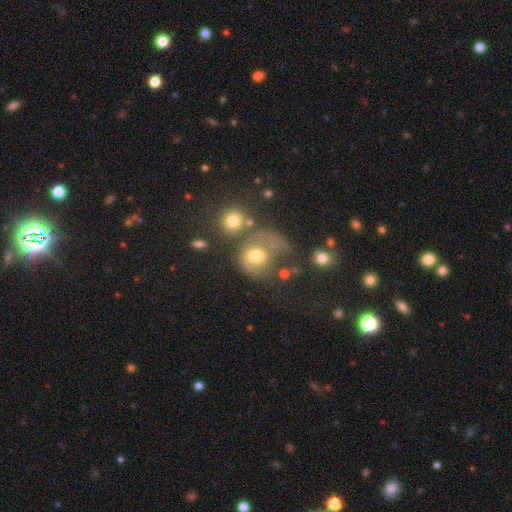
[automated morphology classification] The model was most divided on "merging": major disturbance: 34%, none: 25%, merger: 23%, minor disturbance: 17%. More confident: how rounded — round (64%); smooth or featured — smooth (58%).